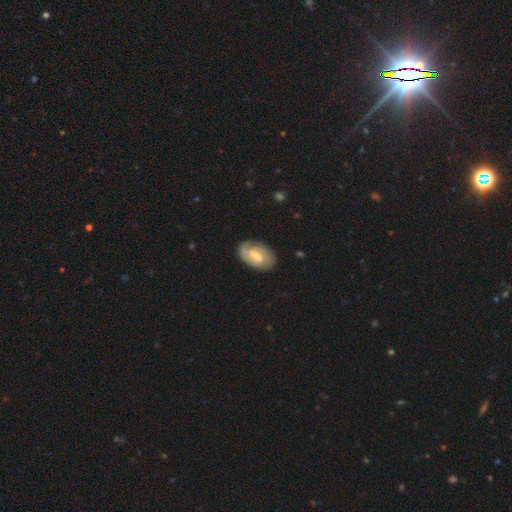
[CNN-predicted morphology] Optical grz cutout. It shows a featured or disk galaxy (69%) with a weak bar (57%), 2 (69%) tight (46%) spiral arms (89%) and a moderate central bulge (48%). Merging: none (79%).